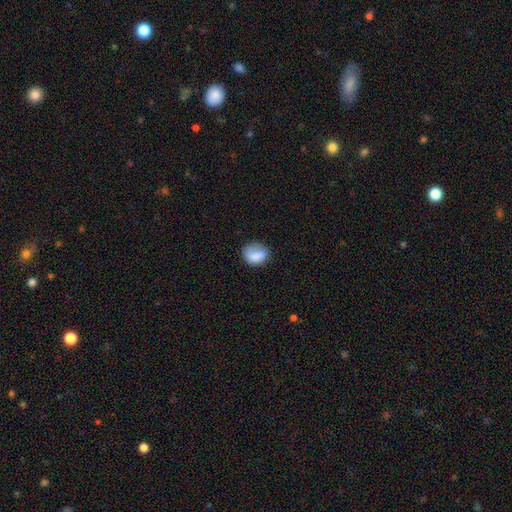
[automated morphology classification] type=smooth (81%); roundness=in between (51%); merging=none (60%).